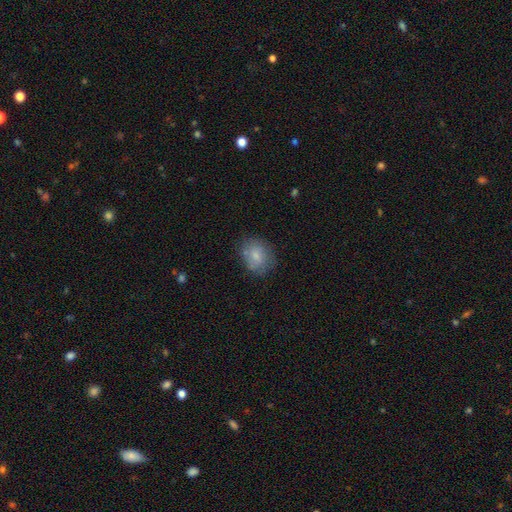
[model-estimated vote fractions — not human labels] Morphology: type=smooth (76%); roundness=round (50%); merging=none (72%).